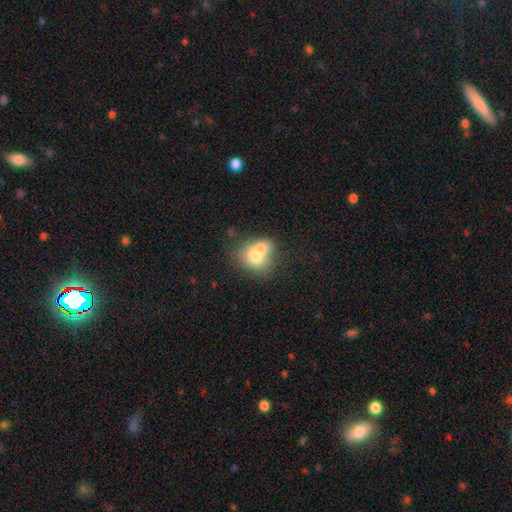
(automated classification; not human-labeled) Smooth or featured? Predicted: smooth (p=0.69). How rounded? Predicted: round (p=0.59). Merging? Predicted: merger (p=0.52).